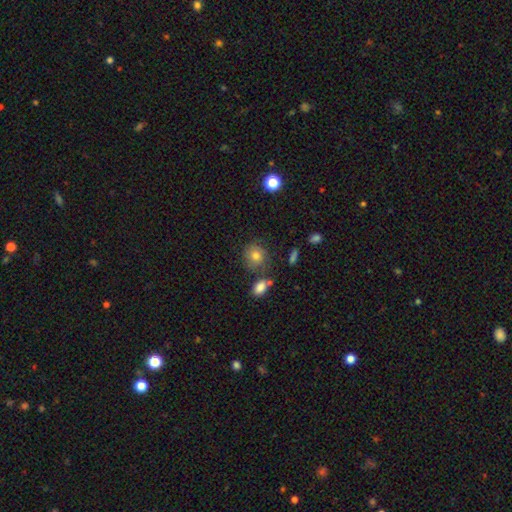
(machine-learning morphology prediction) Q: Smooth or featured?
A: smooth (79%); runner-up: featured or disk (11%)
Q: How rounded?
A: round (82%); runner-up: in between (17%)
Q: Merging?
A: none (73%); runner-up: minor disturbance (15%)